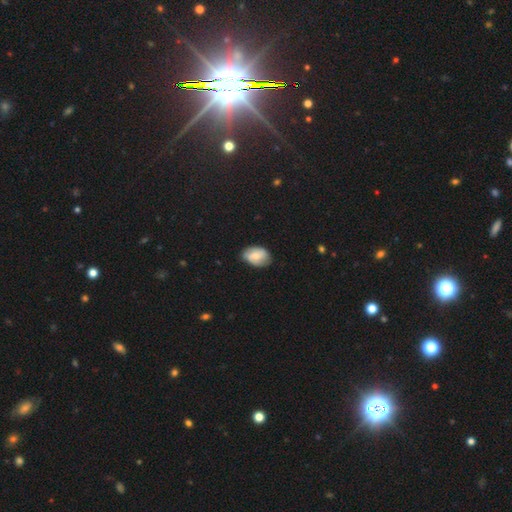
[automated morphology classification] Smooth or featured? smooth (66%)
How rounded? in between (85%)
Merging? none (73%)